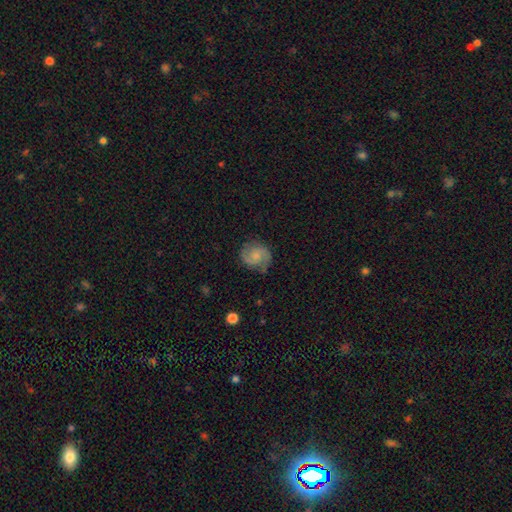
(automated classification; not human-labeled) Morphology: type=featured or disk (68%); edge-on=no (98%); bar=no (61%); spiral arms=yes (95%); winding=medium (50%); arm count=2 (87%); bulge=none (36%); merging=none (76%).